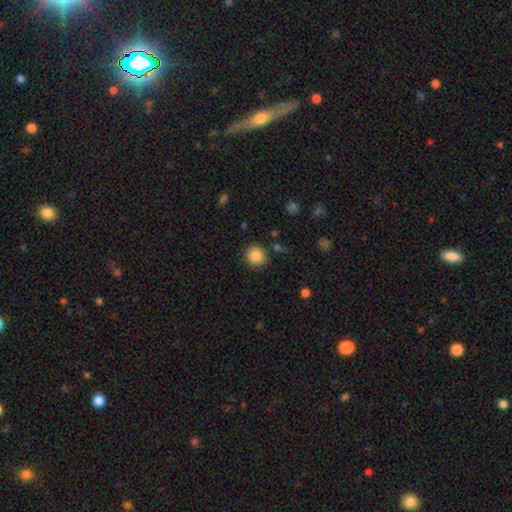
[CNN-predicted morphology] smooth-or-featured: smooth: 86% | star or artifact: 9% | featured or disk: 4%
  how-rounded: round: 93% | in between: 6% | cigar-shaped: 1%
  merging: none: 89% | minor disturbance: 7% | major disturbance: 2% | merger: 2%